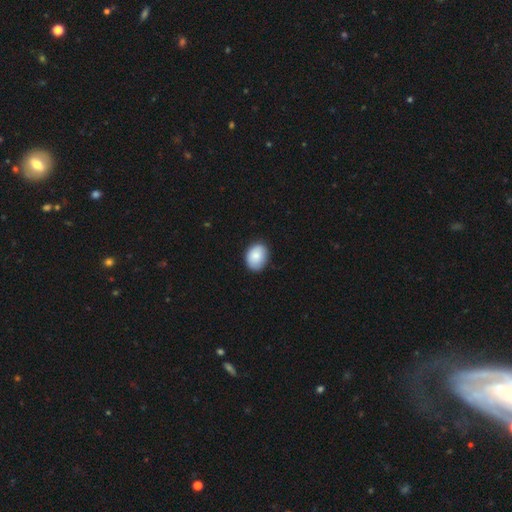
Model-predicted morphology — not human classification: A smooth galaxy with no disk features (86%) that is in between round and cigar-shaped (65%). Merging: none (82%).